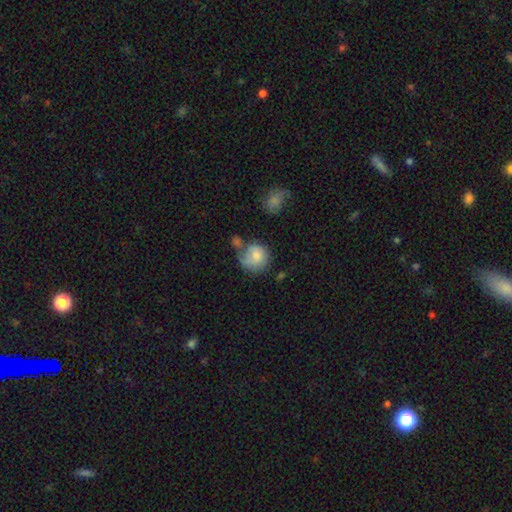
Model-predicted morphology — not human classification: A smooth galaxy with no disk features (74%) that is round (78%). Merging: none (38%).